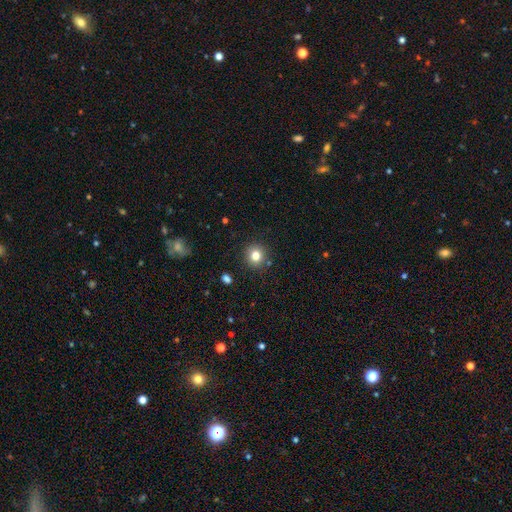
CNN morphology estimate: smooth 80%, star or artifact 12%, featured or disk 7%. Down the decision tree: how rounded — round (91%); merging — none (89%).